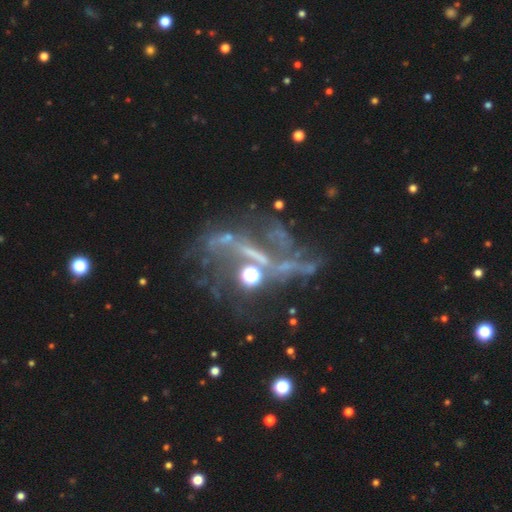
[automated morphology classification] Smooth or featured?
  - featured or disk: 59% *
  - star or artifact: 31%
  - smooth: 10%
Edge-on disk?
  - no: 88% *
  - yes: 12%
Bar?
  - no: 58% *
  - weak: 23%
  - strong: 19%
Spiral arms?
  - no: 60% *
  - yes: 40%
Bulge size?
  - none: 37% *
  - small: 29%
  - moderate: 26%
  - large: 5%
  - dominant: 3%
Merging?
  - major disturbance: 37% *
  - none: 33%
  - merger: 17%
  - minor disturbance: 13%